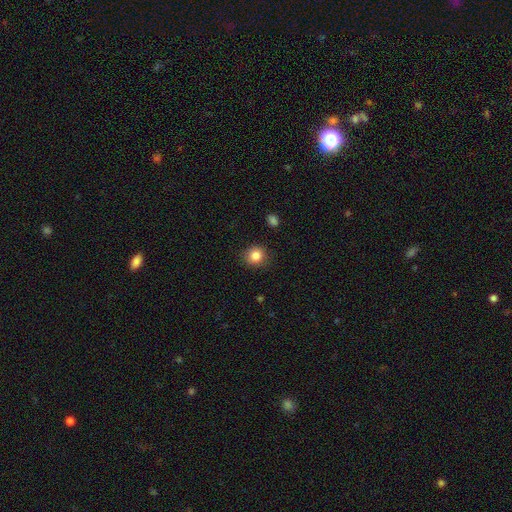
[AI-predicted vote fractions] smooth_or_featured: smooth (p=0.84) [alt: star or artifact p=0.10]
how_rounded: round (p=0.87) [alt: in between p=0.12]
merging: none (p=0.88) [alt: minor disturbance p=0.08]